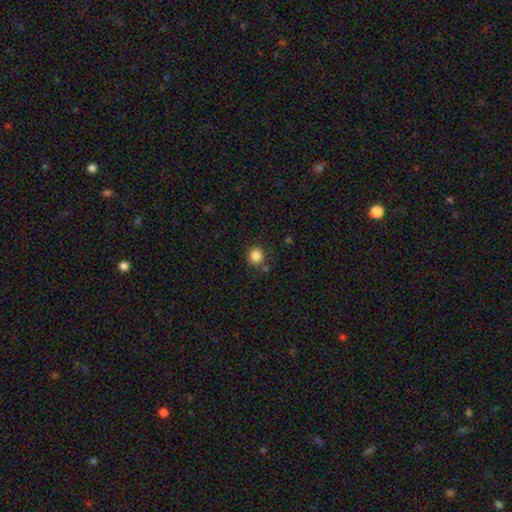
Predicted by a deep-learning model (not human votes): This appears to be a smooth galaxy with no disk features (86%) that is round (91%). Merging: none (83%).